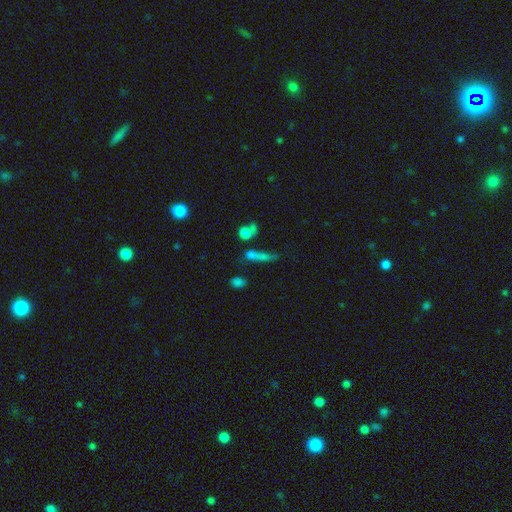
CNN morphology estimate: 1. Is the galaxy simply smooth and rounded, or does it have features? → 63% smooth, 21% featured or disk, 17% star or artifact.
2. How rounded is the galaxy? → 62% cigar-shaped, 22% in between, 16% round.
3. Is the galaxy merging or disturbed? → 47% none, 21% merger, 17% minor disturbance, 15% major disturbance.